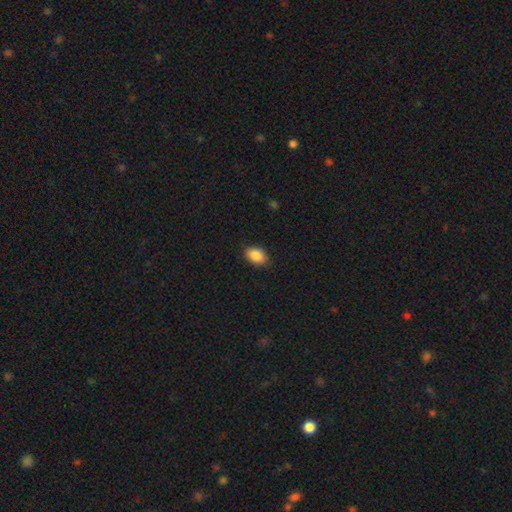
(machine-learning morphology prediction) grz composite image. It shows a smooth galaxy with no disk features (88%) that is in between round and cigar-shaped (85%). Merging: none (88%).